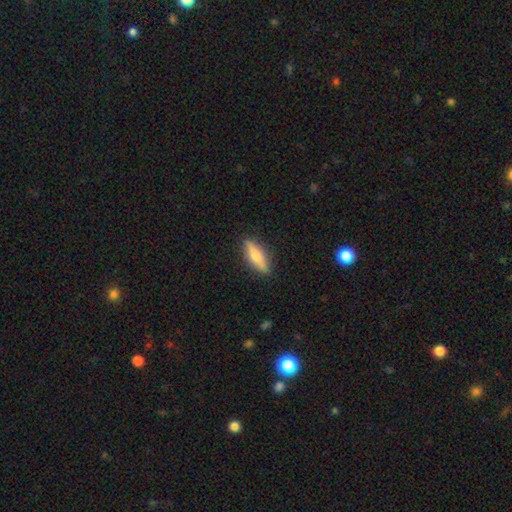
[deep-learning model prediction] Q: Smooth or featured?
A: smooth (53%); runner-up: featured or disk (41%)
Q: How rounded?
A: cigar-shaped (63%); runner-up: in between (34%)
Q: Merging?
A: none (89%); runner-up: minor disturbance (8%)